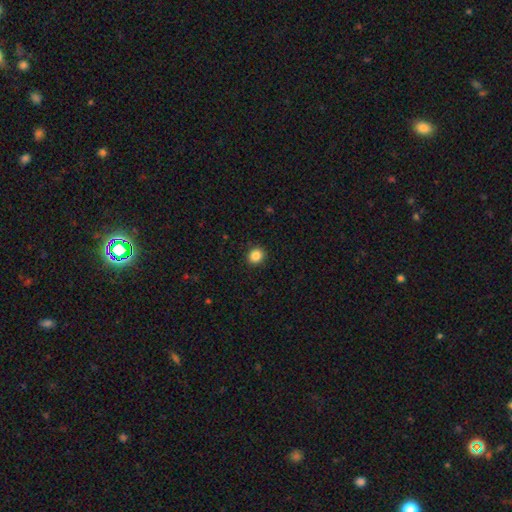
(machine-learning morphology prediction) smooth 86%, star or artifact 10%, featured or disk 4%. Down the decision tree: how rounded — round (84%); merging — none (92%).